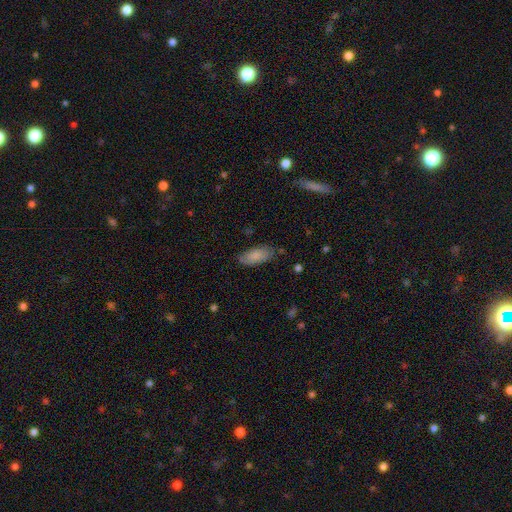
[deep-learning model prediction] smooth-or-featured: smooth: 84% | featured or disk: 10% | star or artifact: 6%
  how-rounded: in between: 85% | cigar-shaped: 13% | round: 2%
  merging: none: 76% | minor disturbance: 19% | major disturbance: 4% | merger: 2%